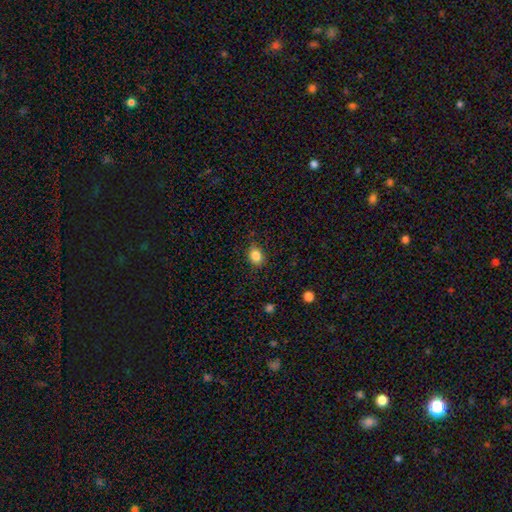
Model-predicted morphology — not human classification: smooth-or-featured: smooth: 85% | star or artifact: 10% | featured or disk: 5%
  how-rounded: in between: 58% | round: 40% | cigar-shaped: 1%
  merging: none: 83% | minor disturbance: 13% | major disturbance: 3% | merger: 1%